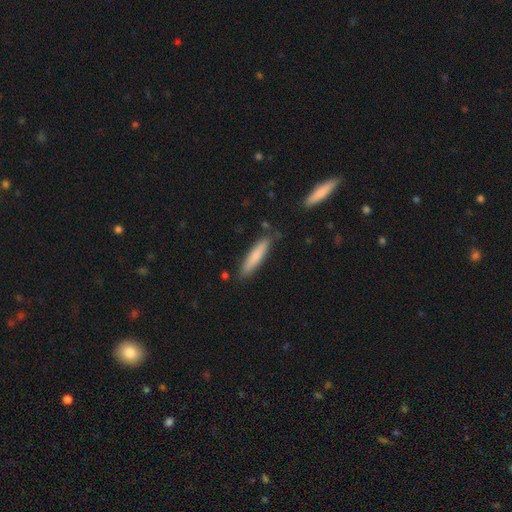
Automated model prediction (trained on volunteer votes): The model was most divided on "smooth or featured": smooth: 78%, featured or disk: 17%, star or artifact: 6%. More confident: how rounded — cigar-shaped (86%); merging — none (84%).